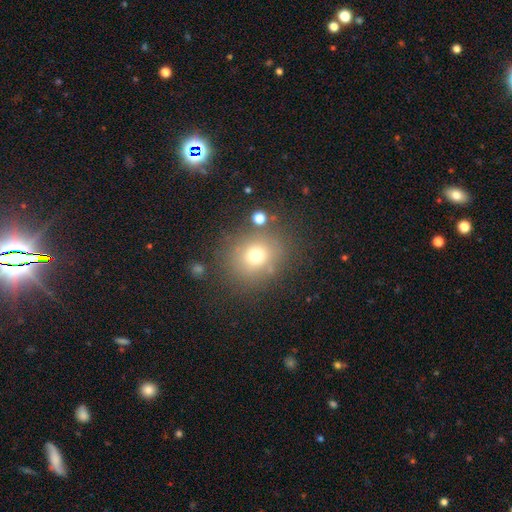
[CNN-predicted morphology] A smooth galaxy with no disk features (69%) that is round (76%). Merging: none (77%).